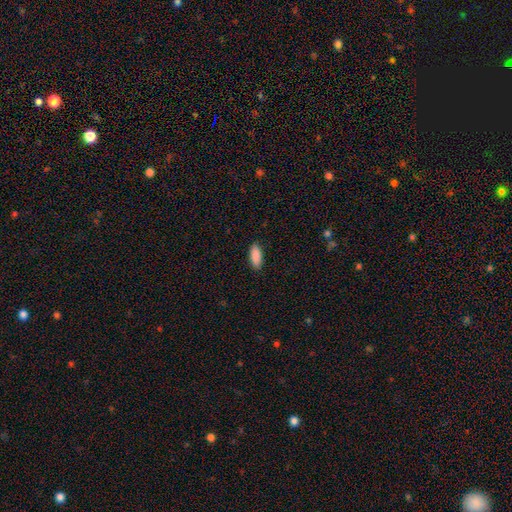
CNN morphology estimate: The model was most divided on "how rounded": in between: 79%, cigar-shaped: 19%, round: 2%. More confident: smooth or featured — smooth (90%); merging — none (89%).